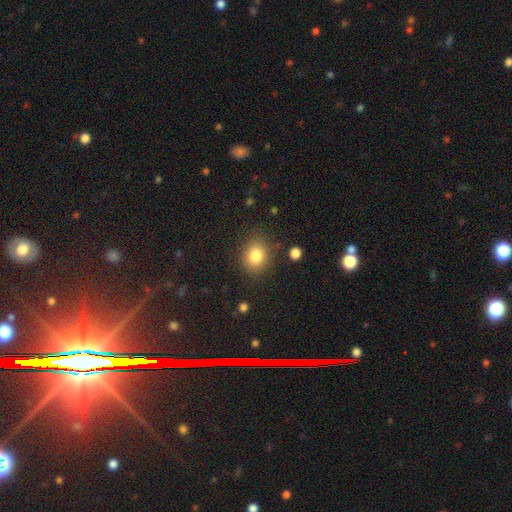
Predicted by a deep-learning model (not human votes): Smooth or featured?
  - smooth: 82% *
  - star or artifact: 10%
  - featured or disk: 7%
How rounded?
  - round: 54% *
  - in between: 45%
  - cigar-shaped: 1%
Merging?
  - none: 83% *
  - minor disturbance: 11%
  - major disturbance: 4%
  - merger: 2%